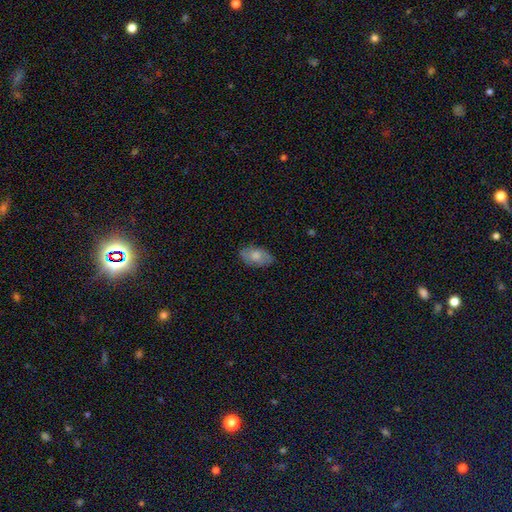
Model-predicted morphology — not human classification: Smooth or featured? smooth (72%)
How rounded? in between (93%)
Merging? none (81%)